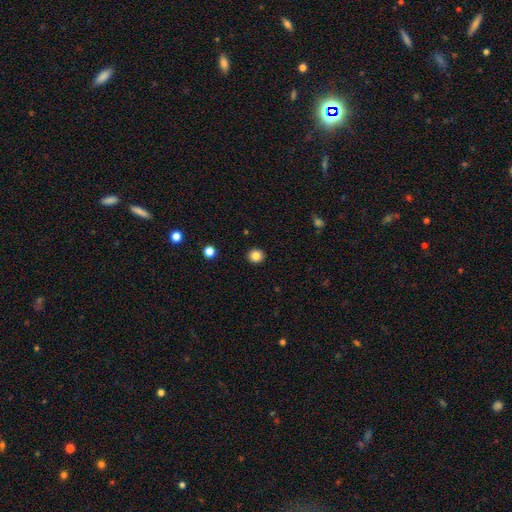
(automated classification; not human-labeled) This is clearly a smooth galaxy (84%). How rounded: clearly round (91%). Merging: clearly none (93%).